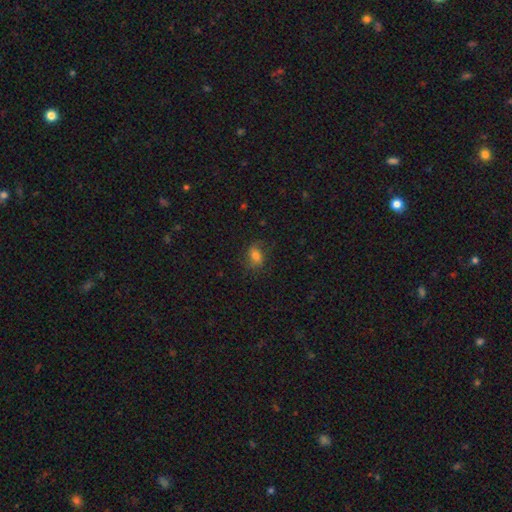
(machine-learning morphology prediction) type=smooth (72%); roundness=in between (75%); merging=none (68%).